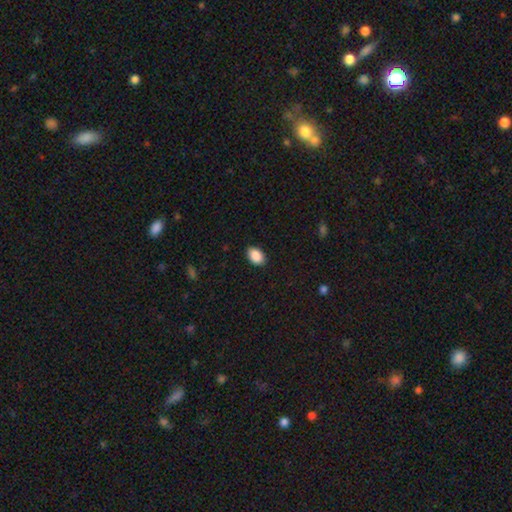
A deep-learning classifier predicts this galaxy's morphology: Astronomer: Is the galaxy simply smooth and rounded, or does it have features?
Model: smooth — 90%.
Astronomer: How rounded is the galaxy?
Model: in between — 87%.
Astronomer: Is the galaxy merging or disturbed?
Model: none — 88%.